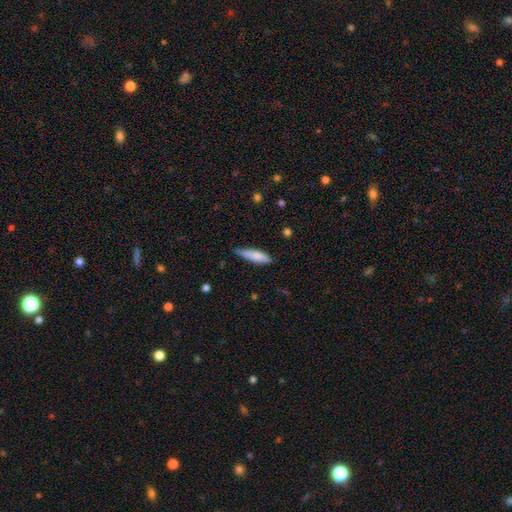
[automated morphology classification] The model was most divided on "how rounded": cigar-shaped: 66%, in between: 32%, round: 2%. More confident: smooth or featured — smooth (81%); merging — none (65%).